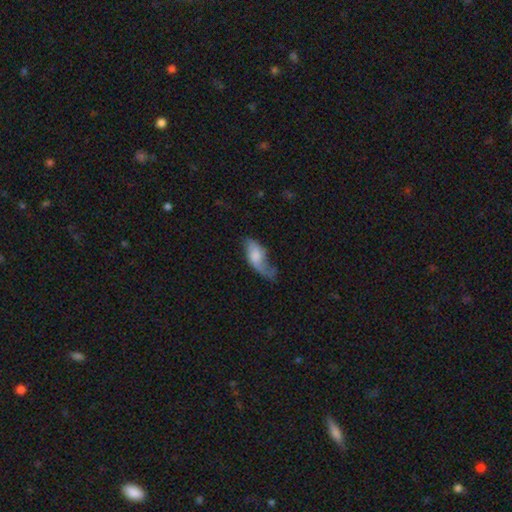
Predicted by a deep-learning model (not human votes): Smooth or featured?
  - smooth: 51% *
  - featured or disk: 43%
  - star or artifact: 7%
How rounded?
  - in between: 85% *
  - cigar-shaped: 12%
  - round: 3%
Merging?
  - major disturbance: 35% *
  - minor disturbance: 31%
  - none: 30%
  - merger: 4%